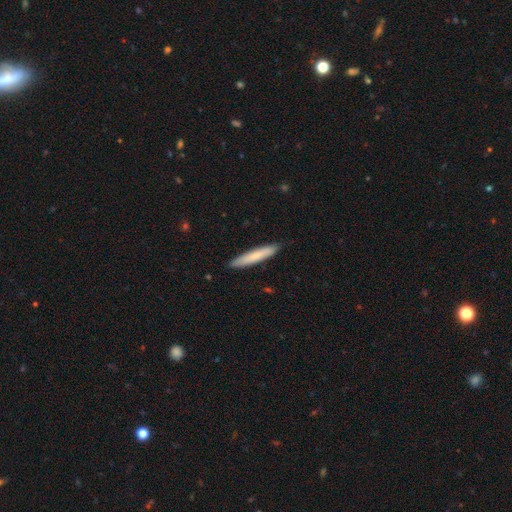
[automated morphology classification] smooth 75%, featured or disk 20%, star or artifact 5%. Down the decision tree: how rounded — cigar-shaped (92%); merging — none (90%).